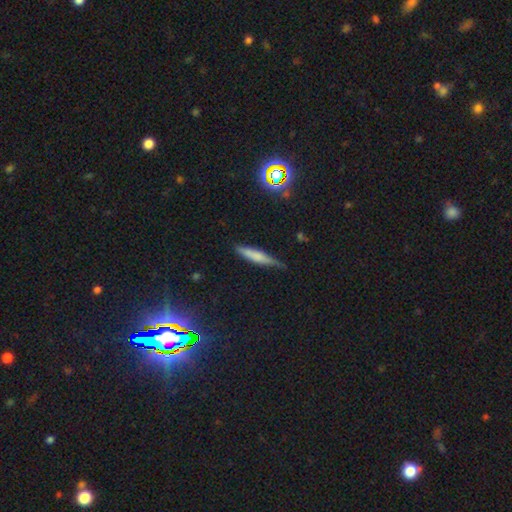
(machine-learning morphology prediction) This appears to be a smooth galaxy with no disk features (61%) that is cigar-shaped (86%). Merging: none (68%).